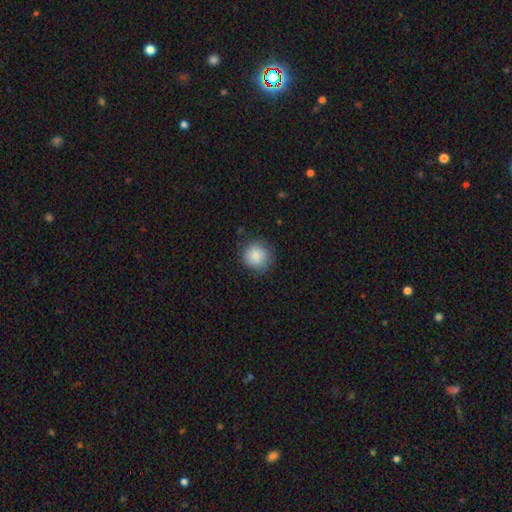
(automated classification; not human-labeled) smooth 87%, star or artifact 8%, featured or disk 5%. Down the decision tree: how rounded — round (91%); merging — none (80%).